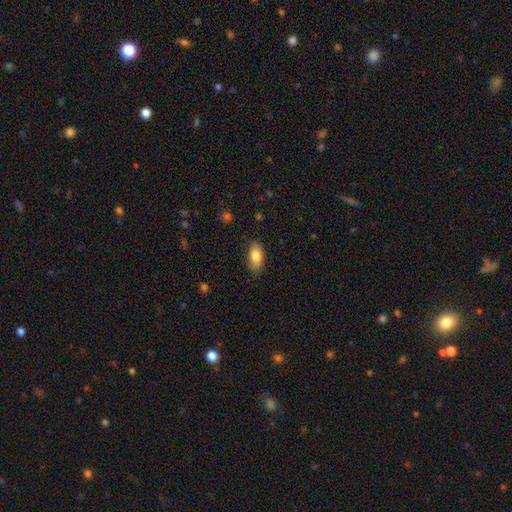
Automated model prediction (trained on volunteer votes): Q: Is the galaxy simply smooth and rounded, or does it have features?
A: smooth — 81%.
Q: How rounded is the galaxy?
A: in between — 88%.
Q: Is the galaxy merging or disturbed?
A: none — 83%.